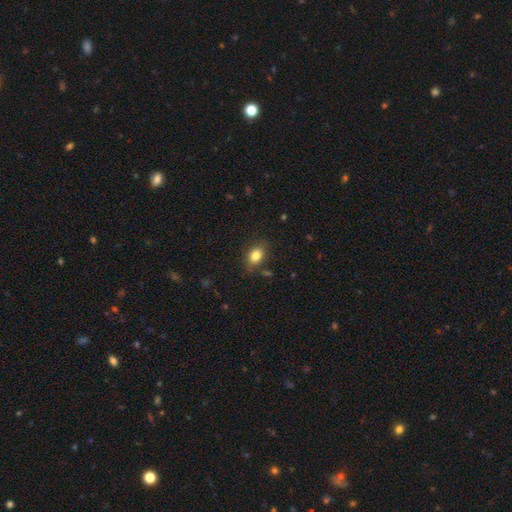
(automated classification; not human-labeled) Q: Smooth or featured?
A: smooth (83%); runner-up: star or artifact (10%)
Q: How rounded?
A: in between (73%); runner-up: round (25%)
Q: Merging?
A: none (79%); runner-up: minor disturbance (14%)